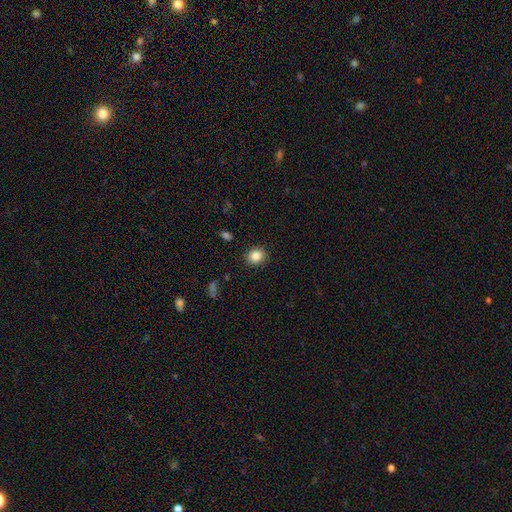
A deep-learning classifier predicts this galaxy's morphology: Smooth or featured: smooth — 84% (star or artifact — 10%)
How rounded: round — 72% (in between — 27%)
Merging: none — 89% (minor disturbance — 8%)